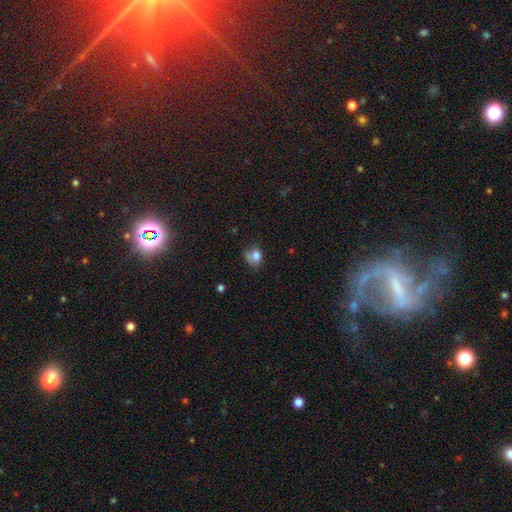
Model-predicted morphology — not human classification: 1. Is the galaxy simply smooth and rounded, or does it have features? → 76% smooth, 13% featured or disk, 12% star or artifact.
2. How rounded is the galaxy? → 58% in between, 41% round, 1% cigar-shaped.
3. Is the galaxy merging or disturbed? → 37% none, 26% minor disturbance, 19% merger, 18% major disturbance.